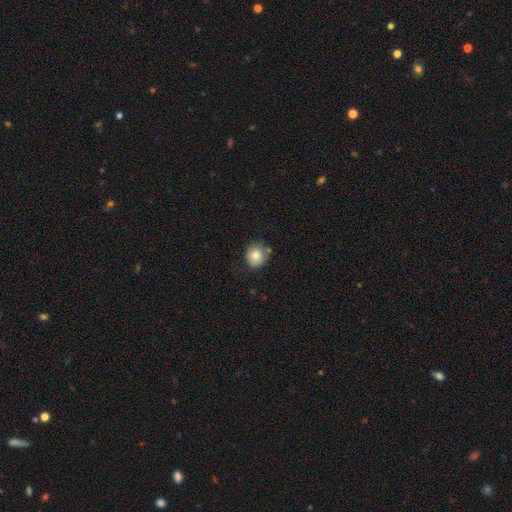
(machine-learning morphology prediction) Q: Smooth or featured?
A: smooth (80%); runner-up: featured or disk (11%)
Q: How rounded?
A: round (87%); runner-up: in between (12%)
Q: Merging?
A: none (73%); runner-up: minor disturbance (17%)